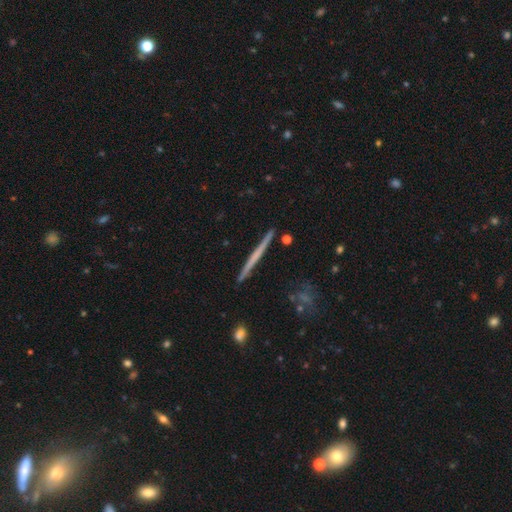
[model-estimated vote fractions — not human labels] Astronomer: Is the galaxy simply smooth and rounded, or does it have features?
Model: featured or disk — 56% (runner-up: smooth, 38%).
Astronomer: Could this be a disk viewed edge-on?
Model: yes — 98%.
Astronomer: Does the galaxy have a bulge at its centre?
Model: none — 84%.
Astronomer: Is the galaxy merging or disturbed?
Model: none — 92%.